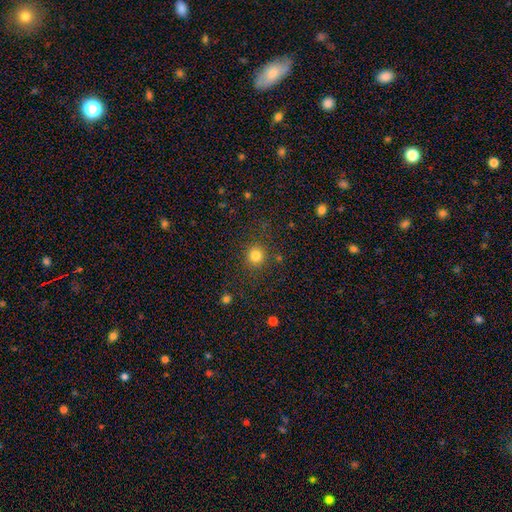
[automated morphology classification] Overall: smooth (81%). How rounded: round (92%). Merging: none (85%).